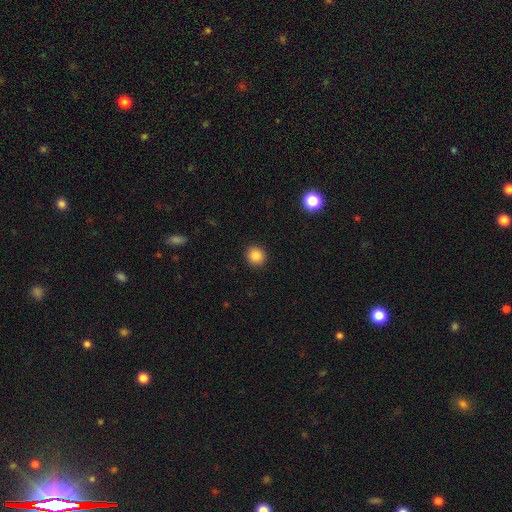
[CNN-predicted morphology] Overall: smooth (86%). How rounded: round (90%). Merging: none (92%).